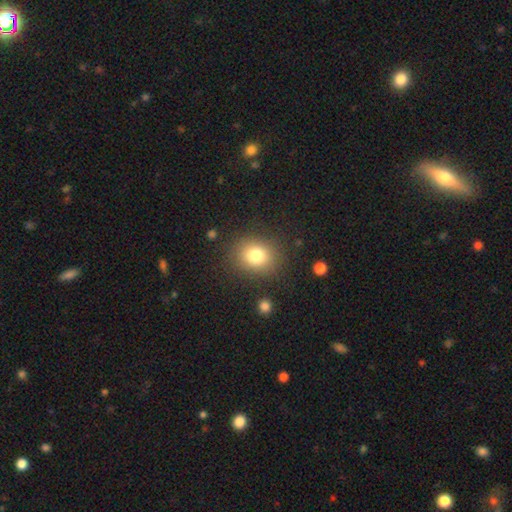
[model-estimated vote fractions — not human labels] This appears to be a smooth galaxy with no disk features (79%) that is round (68%). Merging: none (85%).